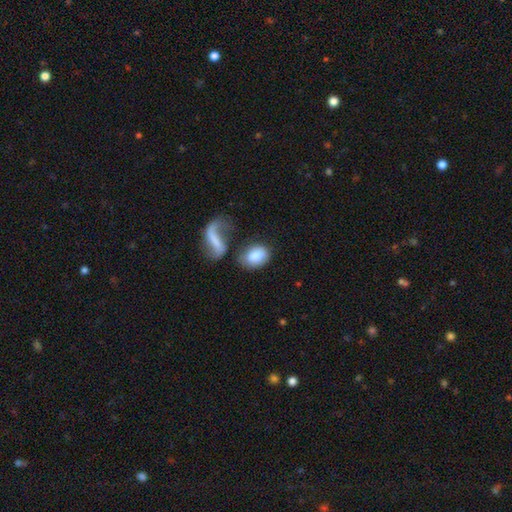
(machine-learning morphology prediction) Smooth or featured?
  - smooth: 81% *
  - featured or disk: 13%
  - star or artifact: 6%
How rounded?
  - in between: 79% *
  - round: 19%
  - cigar-shaped: 2%
Merging?
  - none: 44% *
  - merger: 29%
  - minor disturbance: 15%
  - major disturbance: 13%